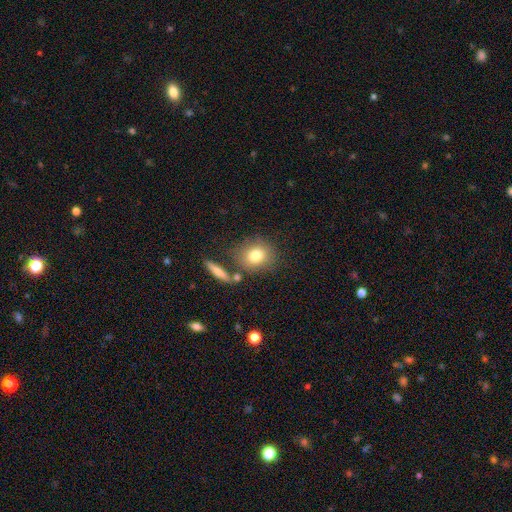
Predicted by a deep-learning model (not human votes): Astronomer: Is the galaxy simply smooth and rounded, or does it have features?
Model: smooth — 78%.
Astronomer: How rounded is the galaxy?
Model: round — 74%.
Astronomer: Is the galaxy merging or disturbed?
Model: none — 72%.